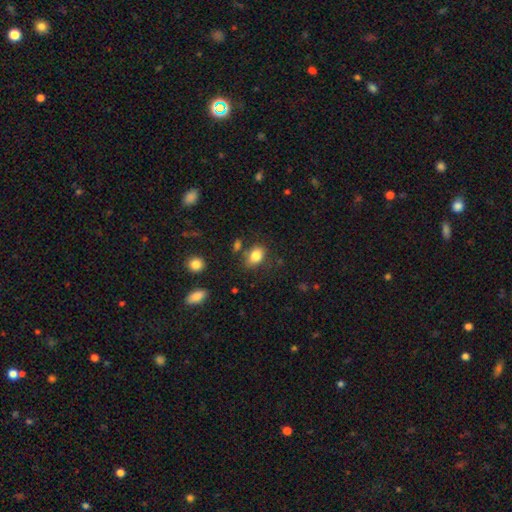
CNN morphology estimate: Smooth or featured?
  - smooth: 83% *
  - star or artifact: 9%
  - featured or disk: 8%
How rounded?
  - in between: 77% *
  - round: 22%
  - cigar-shaped: 1%
Merging?
  - none: 72% *
  - minor disturbance: 16%
  - merger: 7%
  - major disturbance: 5%